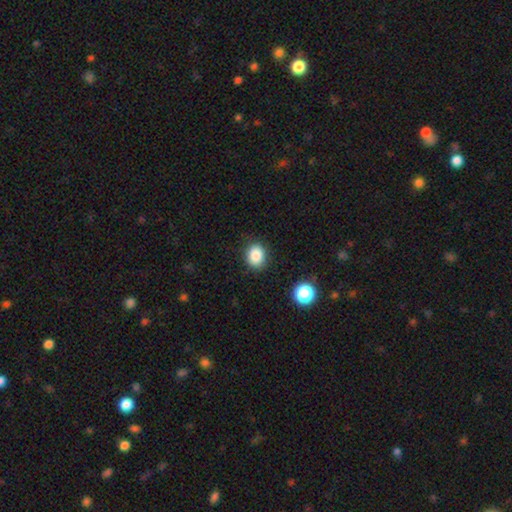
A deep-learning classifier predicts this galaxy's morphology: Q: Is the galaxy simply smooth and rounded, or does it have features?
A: smooth — 85%.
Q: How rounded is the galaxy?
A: round — 57%.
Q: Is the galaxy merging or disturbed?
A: none — 86%.